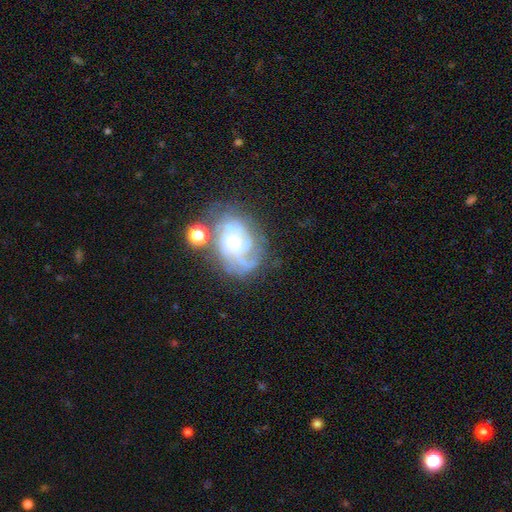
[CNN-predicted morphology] Q: Smooth or featured?
A: featured or disk (73%); runner-up: smooth (14%)
Q: Edge-on disk?
A: no (97%); runner-up: yes (3%)
Q: Bar?
A: no (70%); runner-up: weak (24%)
Q: Spiral arms?
A: yes (90%); runner-up: no (10%)
Q: Spiral winding?
A: tight (62%); runner-up: medium (29%)
Q: Spiral arm count?
A: can't tell (35%); runner-up: 2 (29%)
Q: Bulge size?
A: small (58%); runner-up: moderate (33%)
Q: Merging?
A: none (59%); runner-up: minor disturbance (19%)